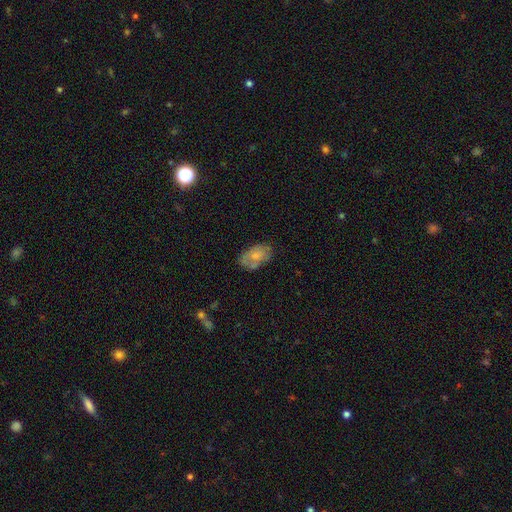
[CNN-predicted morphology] Smooth or featured? smooth (64%)
How rounded? in between (91%)
Merging? none (59%)